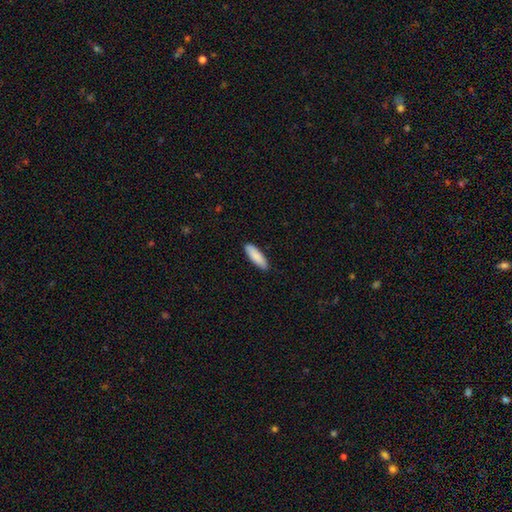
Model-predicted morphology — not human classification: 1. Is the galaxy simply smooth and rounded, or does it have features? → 88% smooth, 7% featured or disk, 5% star or artifact.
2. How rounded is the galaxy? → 50% in between, 48% cigar-shaped, 1% round.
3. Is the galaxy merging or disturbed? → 89% none, 8% minor disturbance, 2% major disturbance, 1% merger.